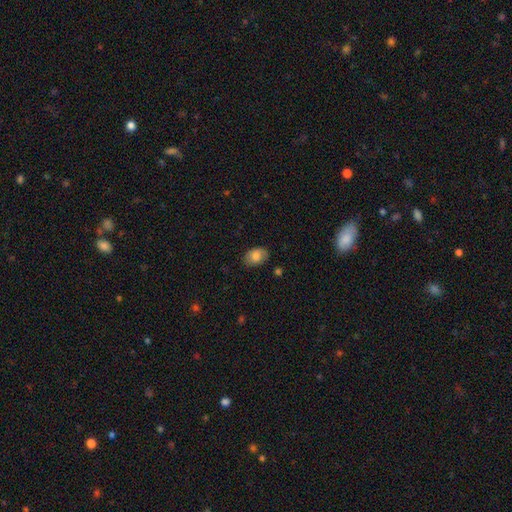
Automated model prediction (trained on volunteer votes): A smooth galaxy with no disk features (79%) that is in between round and cigar-shaped (83%).

Vote fractions:
- Smooth or featured? smooth: 79% / featured or disk: 13% / star or artifact: 8%
- How rounded? in between: 83% / round: 16% / cigar-shaped: 1%
- Merging? none: 79% / minor disturbance: 16% / major disturbance: 3% / merger: 1%